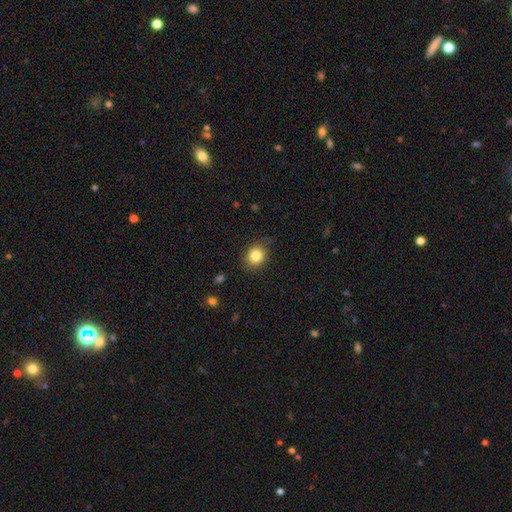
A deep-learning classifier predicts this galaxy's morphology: This is clearly a smooth galaxy (83%). How rounded: likely round (72%). Merging: clearly none (81%).